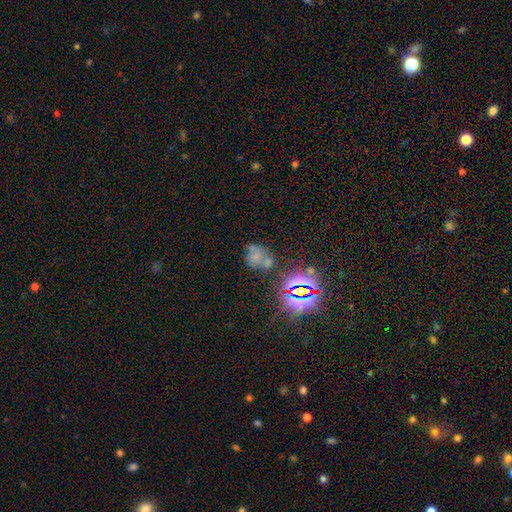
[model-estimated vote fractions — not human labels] This is possibly a smooth galaxy (49%). Merging: marginally none (35%).